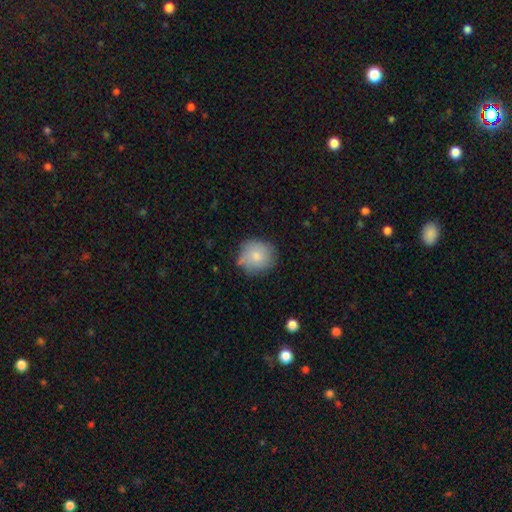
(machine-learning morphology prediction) Smooth or featured?
  - smooth: 80% *
  - featured or disk: 13%
  - star or artifact: 7%
How rounded?
  - round: 84% *
  - in between: 15%
  - cigar-shaped: 1%
Merging?
  - none: 70% *
  - minor disturbance: 22%
  - major disturbance: 5%
  - merger: 3%